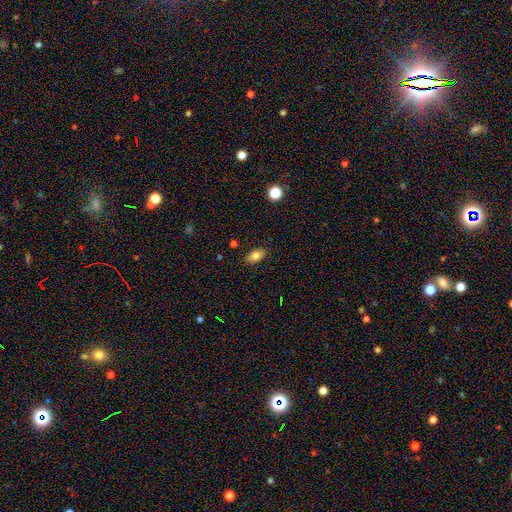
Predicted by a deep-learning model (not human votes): smooth 80%, featured or disk 12%, star or artifact 9%. Down the decision tree: how rounded — in between (90%); merging — none (86%).